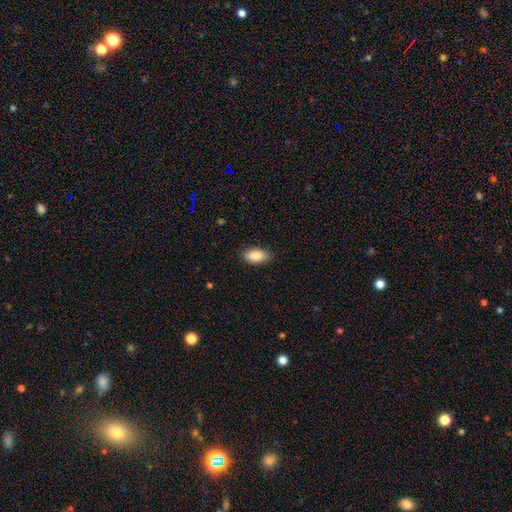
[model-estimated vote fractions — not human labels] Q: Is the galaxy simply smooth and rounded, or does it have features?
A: smooth — 85%.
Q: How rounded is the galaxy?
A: in between — 90%.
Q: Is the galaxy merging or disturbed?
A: none — 86%.